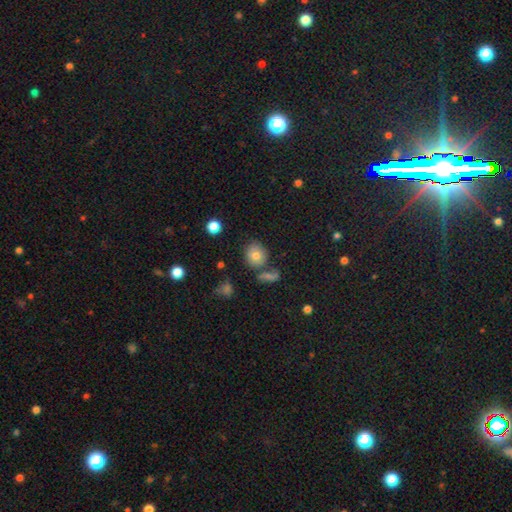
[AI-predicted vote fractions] Q: Smooth or featured?
A: smooth (78%); runner-up: featured or disk (11%)
Q: How rounded?
A: round (72%); runner-up: in between (27%)
Q: Merging?
A: none (67%); runner-up: minor disturbance (14%)